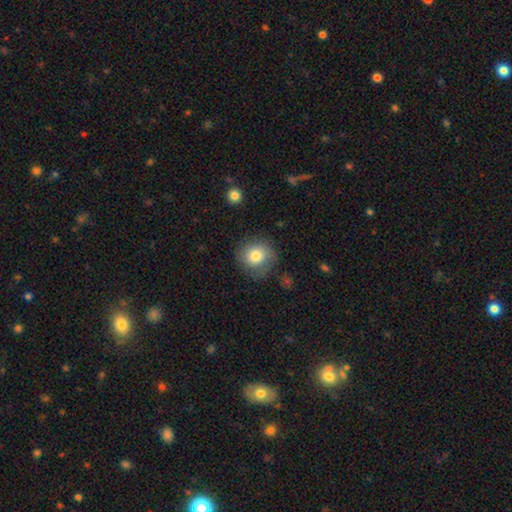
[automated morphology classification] smooth 79%, featured or disk 12%, star or artifact 9%. Down the decision tree: how rounded — round (84%); merging — none (74%).